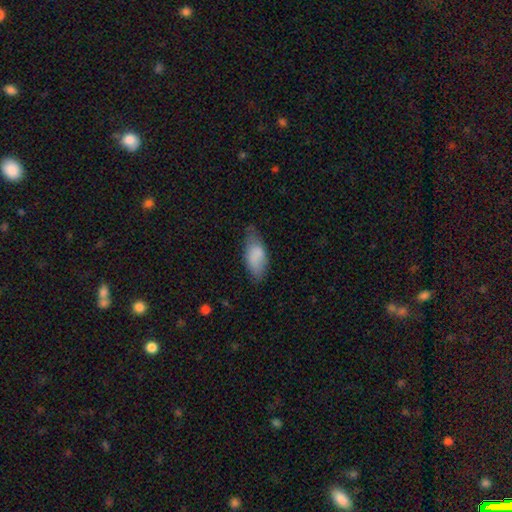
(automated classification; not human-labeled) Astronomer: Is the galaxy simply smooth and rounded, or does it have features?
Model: smooth — 82%.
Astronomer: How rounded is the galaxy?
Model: in between — 85%.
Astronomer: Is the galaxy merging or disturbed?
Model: none — 60%.